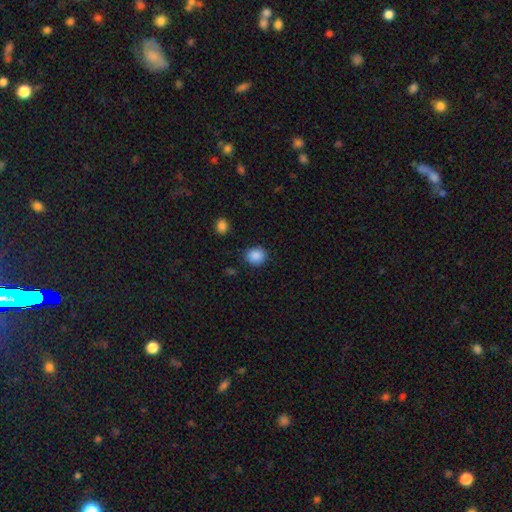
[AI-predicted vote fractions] This is clearly a smooth galaxy (88%). How rounded: likely round (75%). Merging: clearly none (86%).